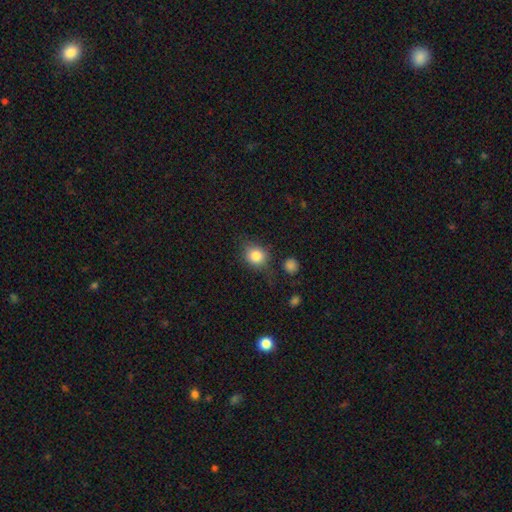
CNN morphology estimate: Overall: smooth (80%). How rounded: round (71%). Merging: none (69%).